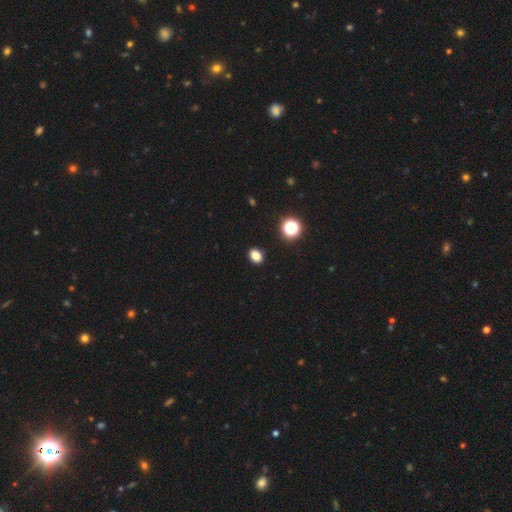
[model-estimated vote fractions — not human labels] This appears to be a smooth galaxy with no disk features (82%) that is in between round and cigar-shaped (60%). Merging: none (91%).